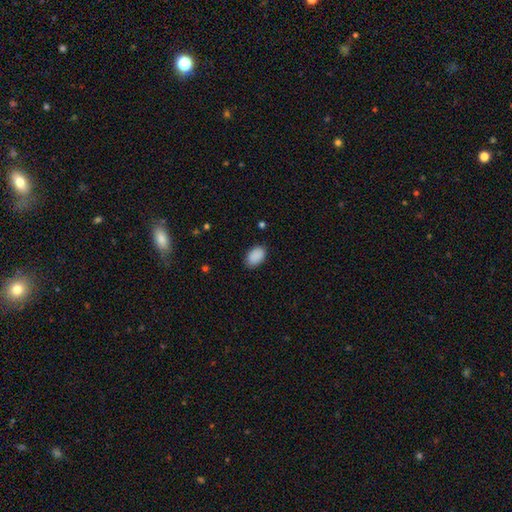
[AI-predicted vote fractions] This appears to be a smooth galaxy with no disk features (90%) that is in between round and cigar-shaped (88%). Merging: none (86%).